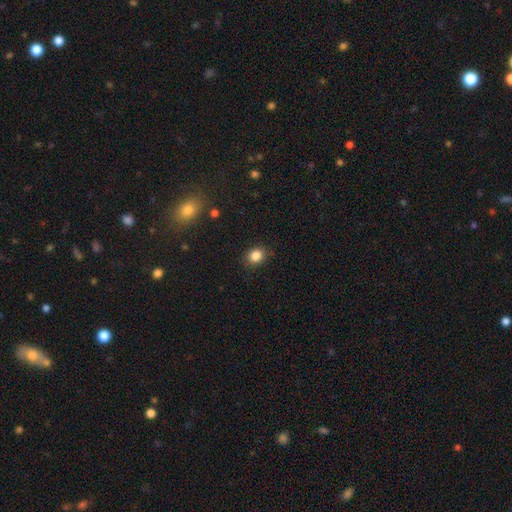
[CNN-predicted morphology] Smooth or featured? smooth (84%)
How rounded? round (57%)
Merging? none (86%)